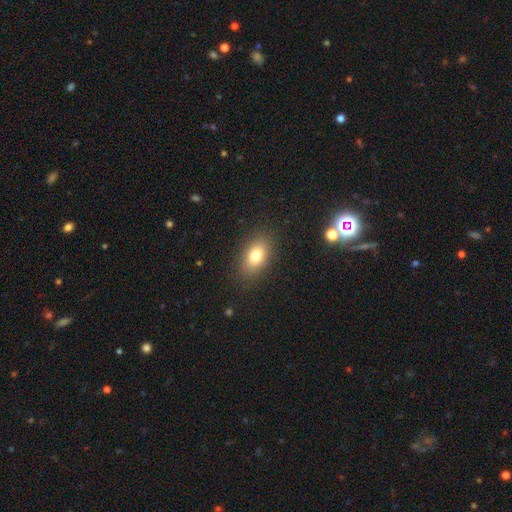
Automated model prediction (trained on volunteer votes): Smooth or featured?
  - smooth: 78% *
  - featured or disk: 12%
  - star or artifact: 10%
How rounded?
  - in between: 85% *
  - round: 13%
  - cigar-shaped: 3%
Merging?
  - none: 87% *
  - minor disturbance: 9%
  - major disturbance: 3%
  - merger: 1%